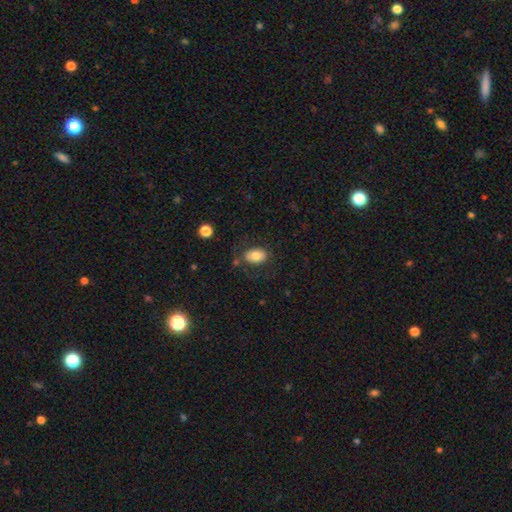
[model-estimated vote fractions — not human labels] Smooth or featured? Predicted: smooth (p=0.76). How rounded? Predicted: in between (p=0.83). Merging? Predicted: none (p=0.75).